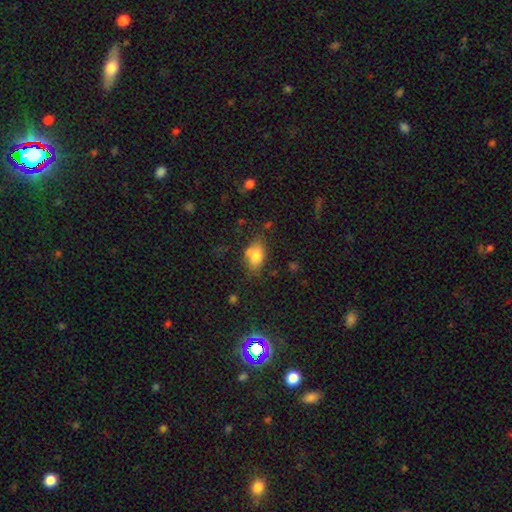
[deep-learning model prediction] smooth_or_featured: smooth (p=0.78) [alt: featured or disk p=0.13]
how_rounded: in between (p=0.86) [alt: round p=0.11]
merging: none (p=0.58) [alt: minor disturbance p=0.23]